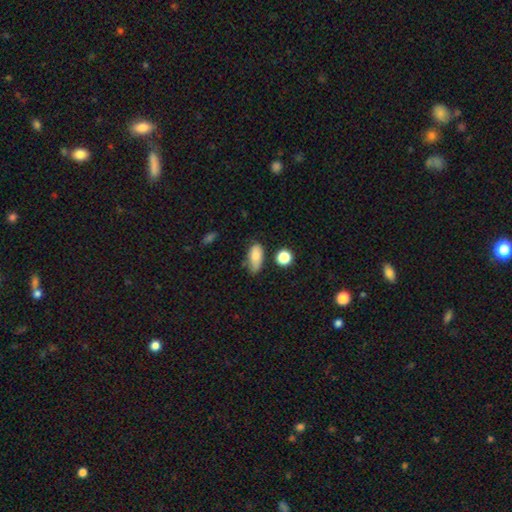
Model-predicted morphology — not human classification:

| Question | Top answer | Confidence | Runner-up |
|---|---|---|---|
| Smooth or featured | smooth | 80% | featured or disk (11%) |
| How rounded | in between | 88% | cigar-shaped (7%) |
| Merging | none | 57% | minor disturbance (30%) |